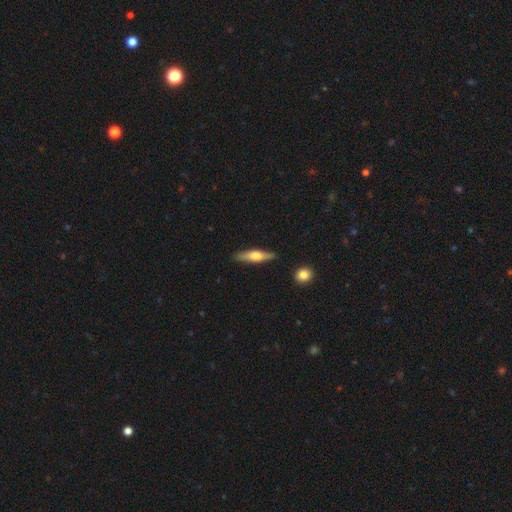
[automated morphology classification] smooth_or_featured: smooth (p=0.52) [alt: featured or disk p=0.42]
how_rounded: cigar-shaped (p=0.77) [alt: in between p=0.21]
merging: none (p=0.86) [alt: minor disturbance p=0.10]